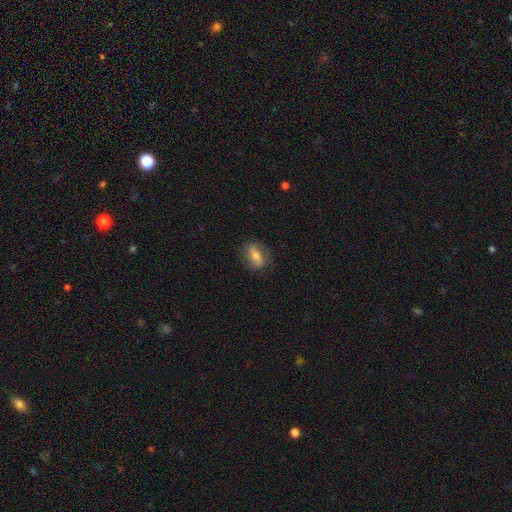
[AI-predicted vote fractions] Smooth or featured?
  - smooth: 58% *
  - featured or disk: 33%
  - star or artifact: 9%
How rounded?
  - in between: 73% *
  - round: 20%
  - cigar-shaped: 7%
Merging?
  - none: 81% *
  - minor disturbance: 14%
  - major disturbance: 4%
  - merger: 1%